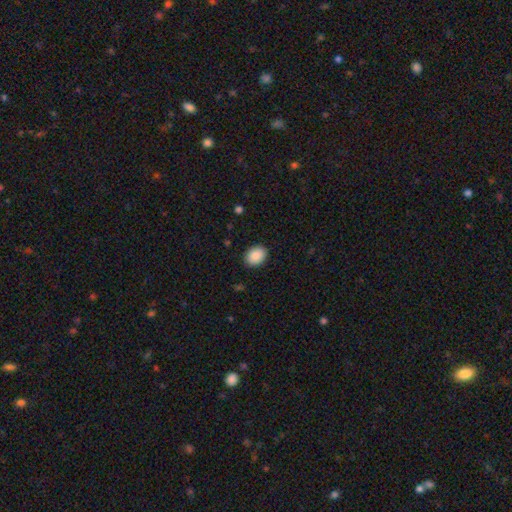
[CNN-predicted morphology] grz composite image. It shows a smooth galaxy with no disk features (89%) that is in between round and cigar-shaped (66%). Merging: none (90%).